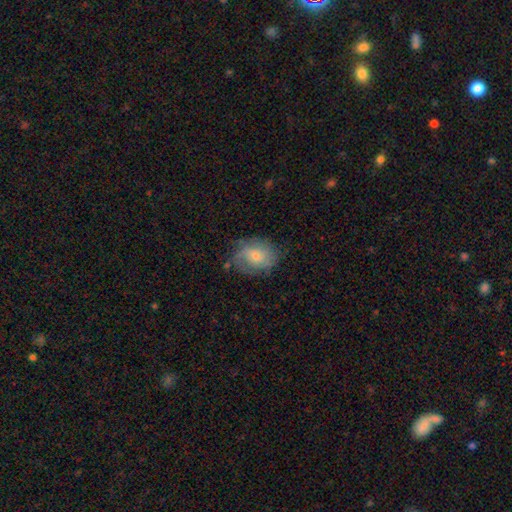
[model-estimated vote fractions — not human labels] smooth_or_featured: smooth (p=0.48) [alt: featured or disk p=0.44]
merging: none (p=0.64) [alt: minor disturbance p=0.25]